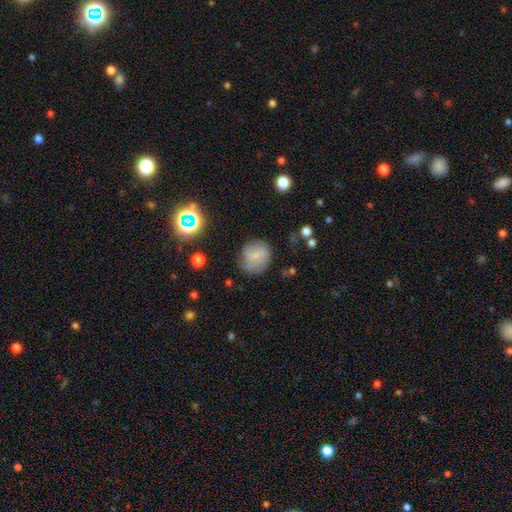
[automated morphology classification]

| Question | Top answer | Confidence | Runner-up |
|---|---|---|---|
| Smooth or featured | smooth | 49% | featured or disk (41%) |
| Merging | none | 66% | minor disturbance (22%) |